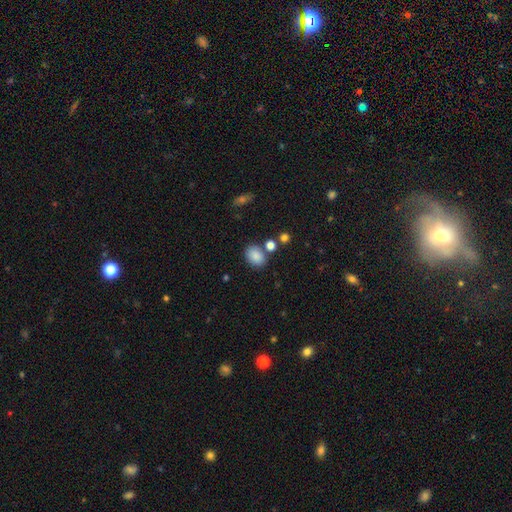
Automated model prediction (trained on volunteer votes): Morphology: type=smooth (85%); roundness=in between (68%); merging=none (73%).